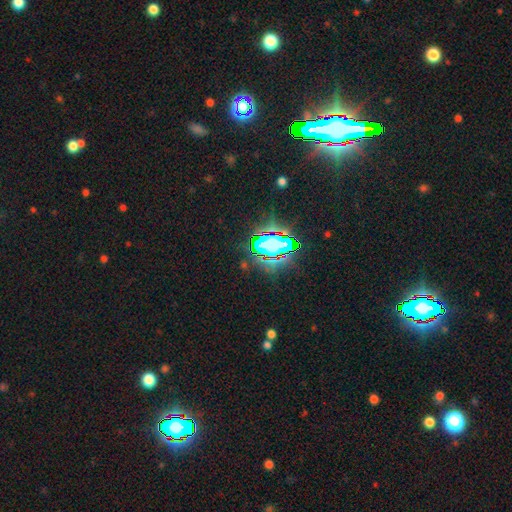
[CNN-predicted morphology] The model was most divided on "smooth or featured": star or artifact: 84%, smooth: 9%, featured or disk: 7%.